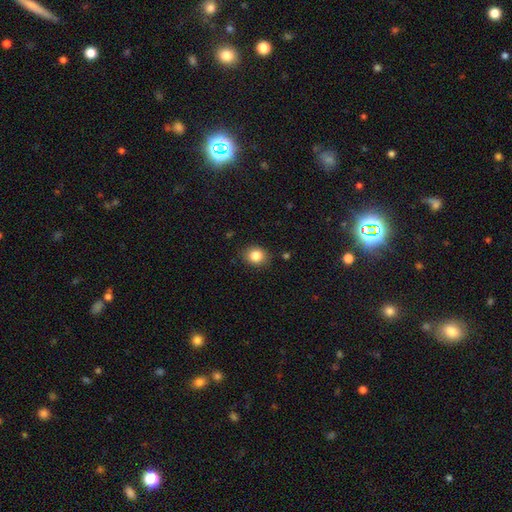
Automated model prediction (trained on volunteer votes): Morphology: type=smooth (84%); roundness=round (69%); merging=none (87%).